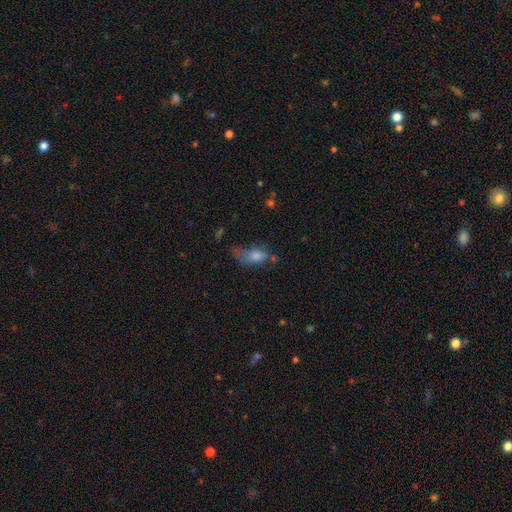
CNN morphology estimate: Overall: smooth (70%). How rounded: in between (83%). Merging: major disturbance (40%; minor disturbance 27%).